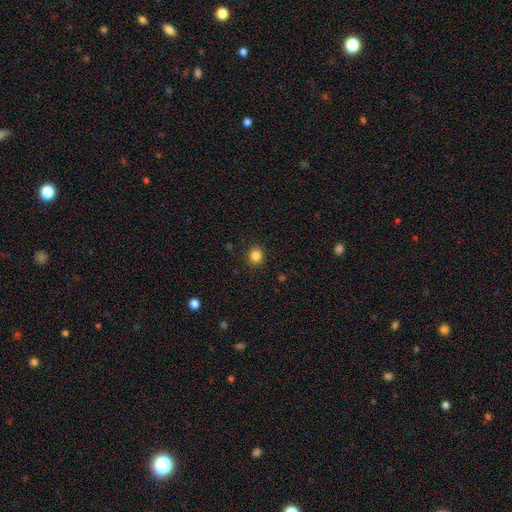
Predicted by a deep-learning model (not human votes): Overall: smooth (85%). How rounded: round (78%). Merging: none (90%).